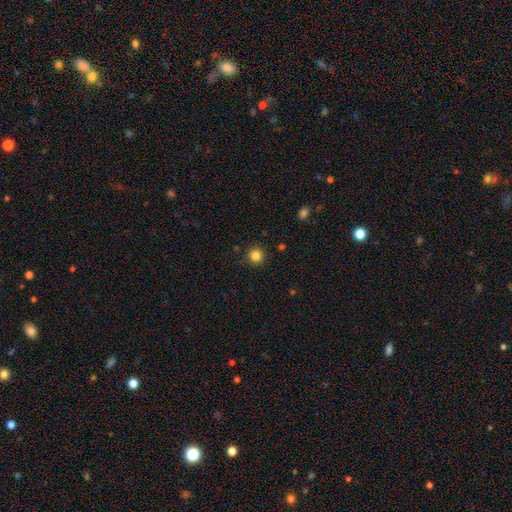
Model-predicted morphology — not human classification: This appears to be a smooth galaxy with no disk features (83%) that is round (94%). Merging: none (90%).